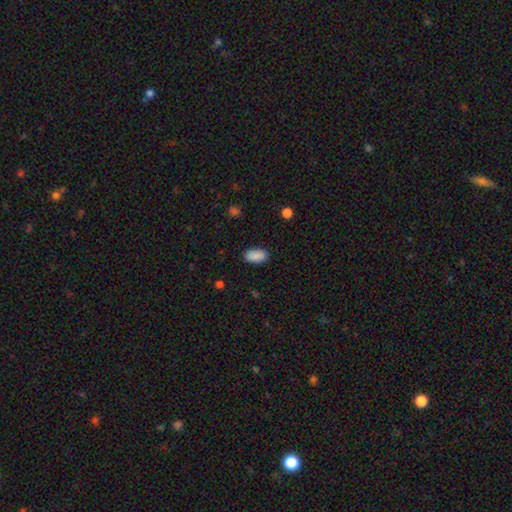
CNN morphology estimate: smooth-or-featured: smooth: 89% | star or artifact: 7% | featured or disk: 4%
  how-rounded: in between: 94% | round: 3% | cigar-shaped: 3%
  merging: none: 87% | minor disturbance: 10% | major disturbance: 2% | merger: 1%